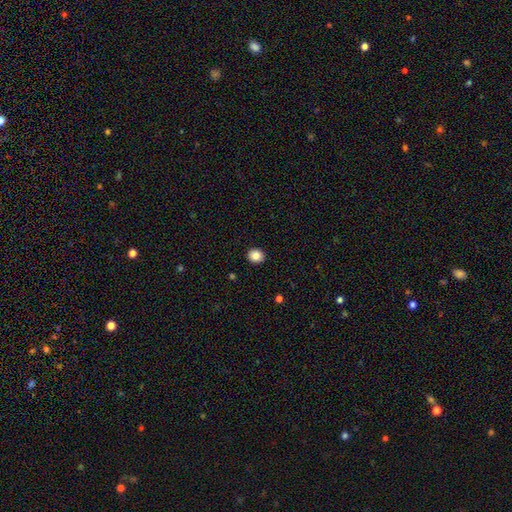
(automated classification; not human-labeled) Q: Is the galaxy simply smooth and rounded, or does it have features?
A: smooth — 84%.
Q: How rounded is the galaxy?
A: round — 75%.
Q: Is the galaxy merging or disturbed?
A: none — 92%.